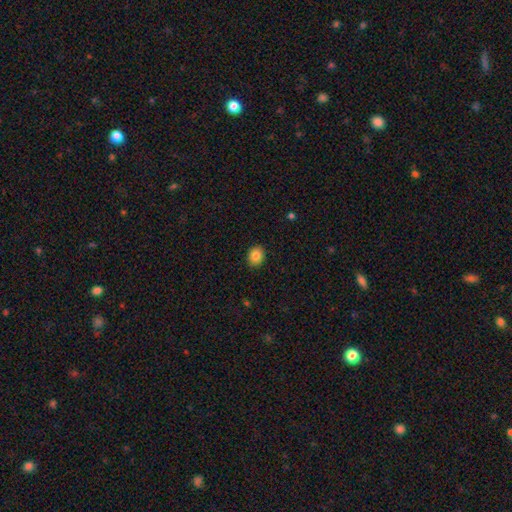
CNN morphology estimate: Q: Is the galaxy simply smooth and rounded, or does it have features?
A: smooth — 85%.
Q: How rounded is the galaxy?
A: round — 57%.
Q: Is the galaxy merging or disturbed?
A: none — 90%.